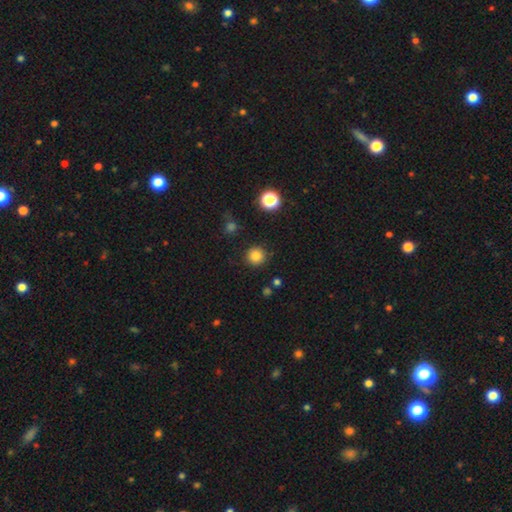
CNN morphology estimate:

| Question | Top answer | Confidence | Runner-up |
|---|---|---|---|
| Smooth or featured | smooth | 83% | star or artifact (12%) |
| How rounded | round | 95% | in between (4%) |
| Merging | none | 89% | minor disturbance (7%) |